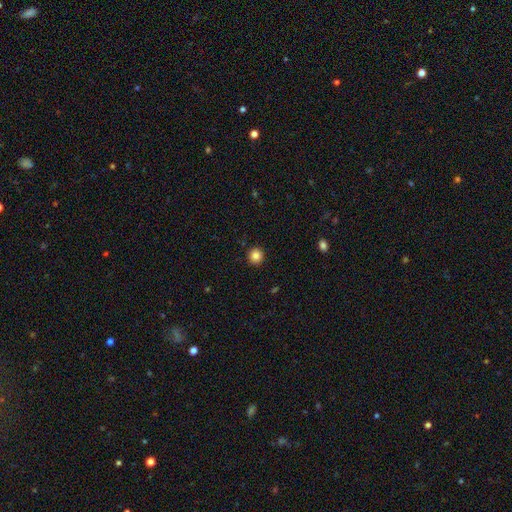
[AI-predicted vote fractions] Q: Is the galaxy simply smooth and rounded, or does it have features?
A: smooth — 85%.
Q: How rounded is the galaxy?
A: round — 94%.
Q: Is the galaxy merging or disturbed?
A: none — 92%.